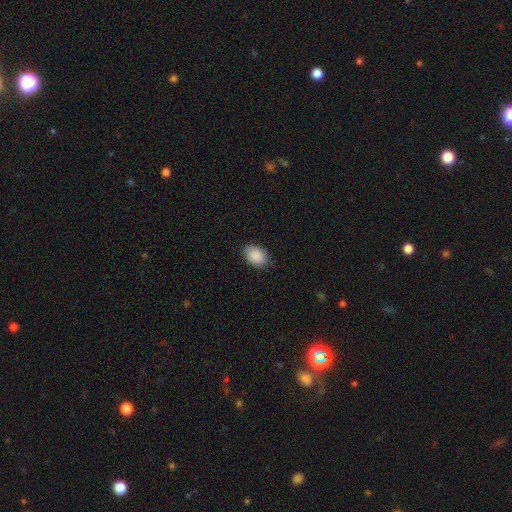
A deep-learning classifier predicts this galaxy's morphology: This is clearly a smooth galaxy (90%). How rounded: clearly in between (84%). Merging: clearly none (86%).